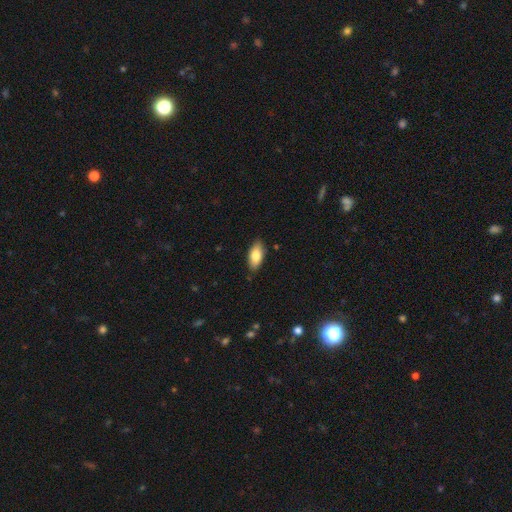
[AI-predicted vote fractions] A smooth galaxy with no disk features (82%) that is in between round and cigar-shaped (88%).

Vote fractions:
- Smooth or featured? smooth: 82% / featured or disk: 12% / star or artifact: 6%
- How rounded? in between: 88% / cigar-shaped: 10% / round: 2%
- Merging? none: 85% / minor disturbance: 12% / major disturbance: 2% / merger: 1%